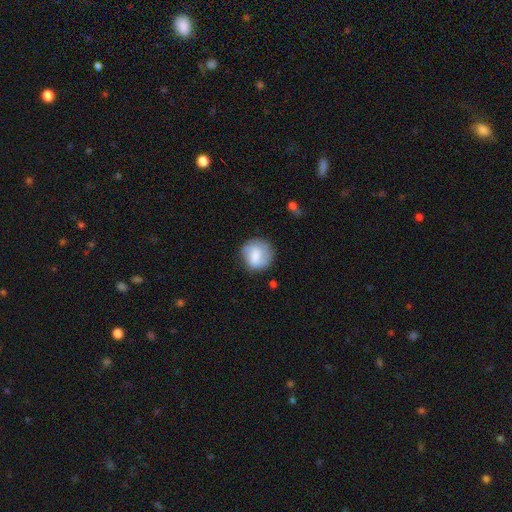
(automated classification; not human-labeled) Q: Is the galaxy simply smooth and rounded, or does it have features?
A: smooth — 66%.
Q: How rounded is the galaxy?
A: round — 81%.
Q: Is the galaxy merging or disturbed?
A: none — 67%.